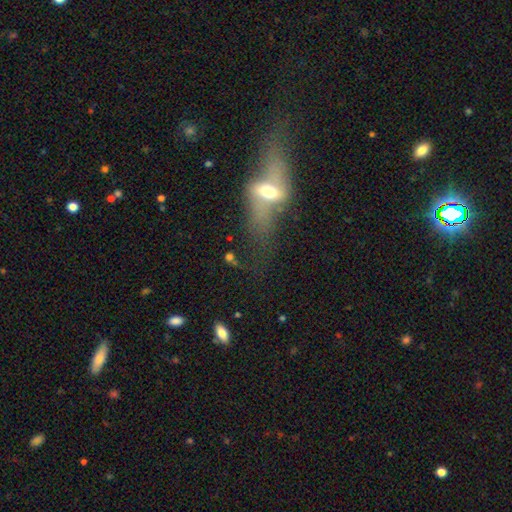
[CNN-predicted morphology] smooth-or-featured: featured or disk: 59% | smooth: 24% | star or artifact: 17%
  disk-edge-on: yes: 58% | no: 42%
  merging: none: 53% | minor disturbance: 19% | major disturbance: 18% | merger: 10%